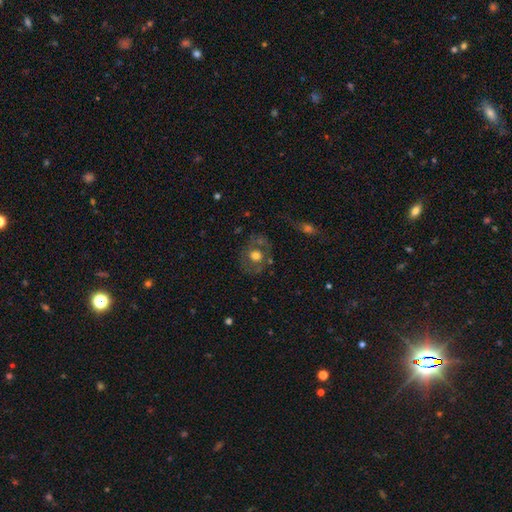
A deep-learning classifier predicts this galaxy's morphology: Q: Smooth or featured?
A: smooth (46%); runner-up: featured or disk (44%)
Q: Merging?
A: none (69%); runner-up: minor disturbance (17%)